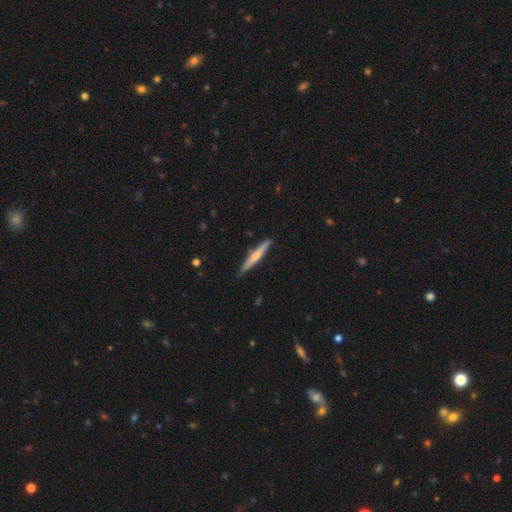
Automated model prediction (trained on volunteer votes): Overall: smooth (52%; featured or disk 43%). How rounded: cigar-shaped (95%). Merging: none (88%).